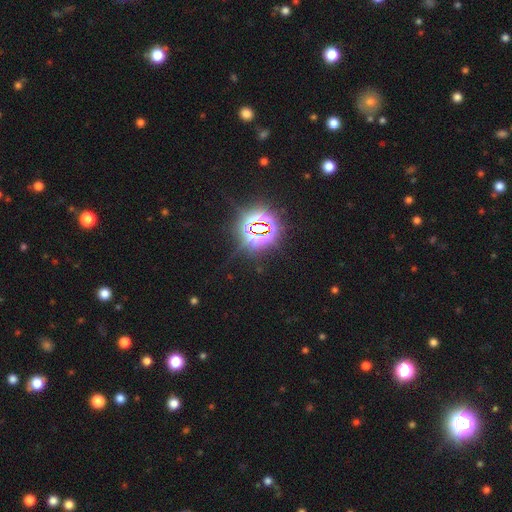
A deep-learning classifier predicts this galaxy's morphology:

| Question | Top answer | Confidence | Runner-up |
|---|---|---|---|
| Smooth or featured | star or artifact | 82% | smooth (12%) |